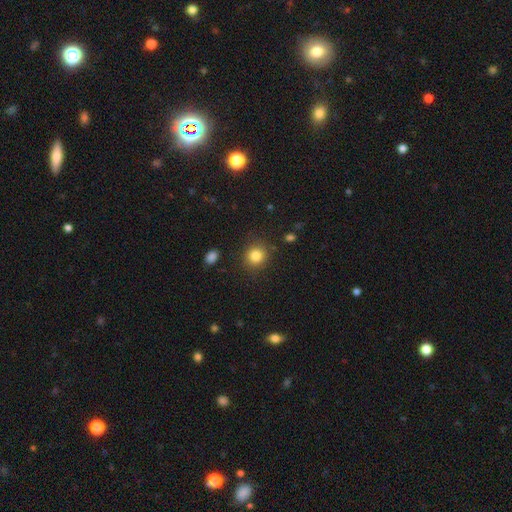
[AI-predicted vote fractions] Smooth or featured? Predicted: smooth (p=0.84). How rounded? Predicted: round (p=0.86). Merging? Predicted: none (p=0.87).